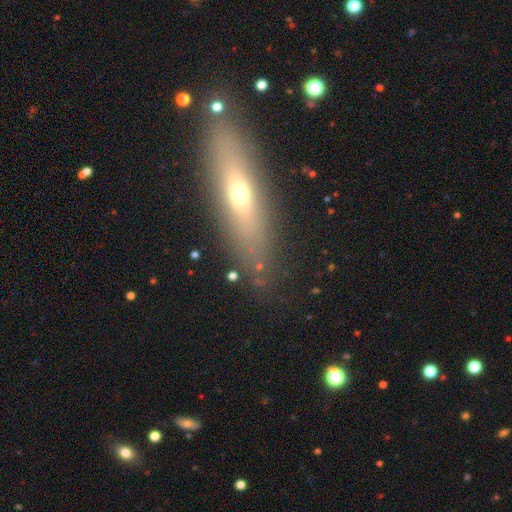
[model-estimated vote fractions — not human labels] smooth-or-featured: smooth: 45% | featured or disk: 44% | star or artifact: 11%
  merging: none: 84% | minor disturbance: 10% | major disturbance: 4% | merger: 2%